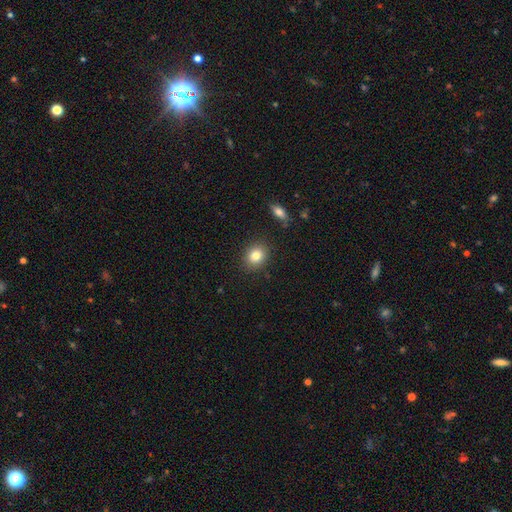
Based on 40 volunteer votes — smooth 88%, star or artifact 8%, featured or disk 5%. Down the decision tree: how rounded — round (66%); merging — none (84%).